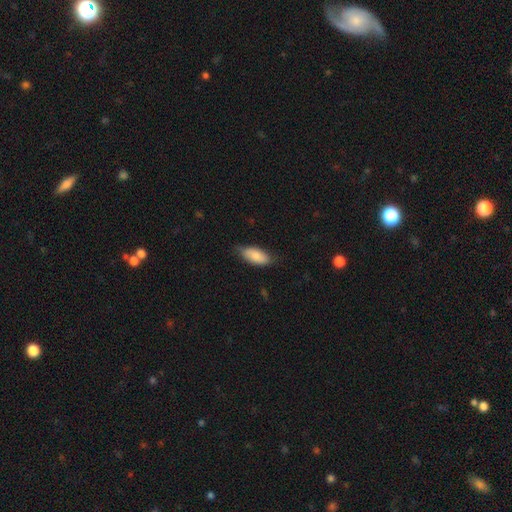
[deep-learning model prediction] The model was most divided on "merging": none: 71%, minor disturbance: 24%, major disturbance: 4%, merger: 1%. More confident: how rounded — in between (88%); smooth or featured — smooth (83%).